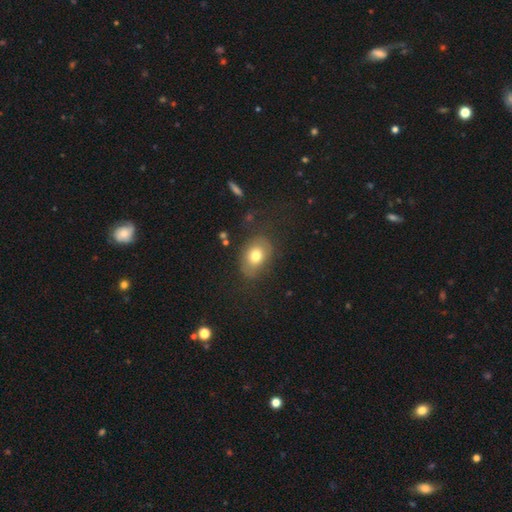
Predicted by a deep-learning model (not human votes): Smooth or featured? Predicted: smooth (p=0.72). How rounded? Predicted: in between (p=0.74). Merging? Predicted: none (p=0.71).